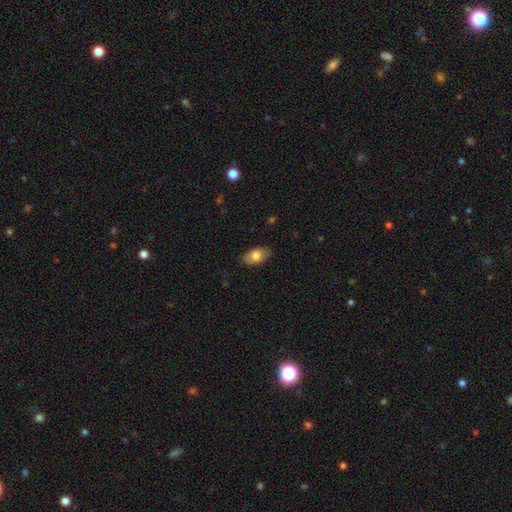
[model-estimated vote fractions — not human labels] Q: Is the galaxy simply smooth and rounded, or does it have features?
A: smooth — 75%.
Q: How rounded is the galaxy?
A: in between — 93%.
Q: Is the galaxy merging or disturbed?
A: none — 81%.